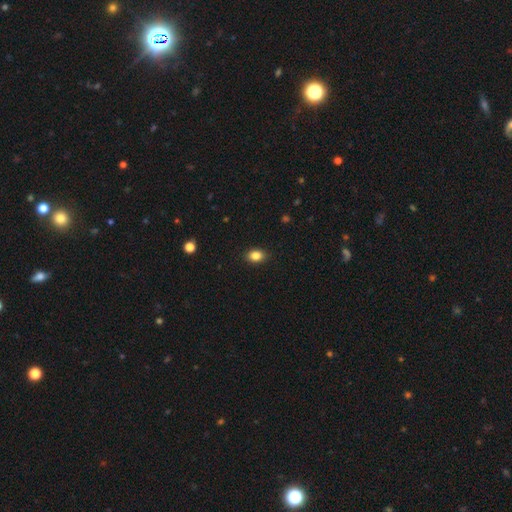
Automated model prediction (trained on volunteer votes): smooth-or-featured: smooth: 85% | star or artifact: 10% | featured or disk: 5%
  how-rounded: in between: 74% | round: 25% | cigar-shaped: 1%
  merging: none: 90% | minor disturbance: 8% | major disturbance: 2% | merger: 1%